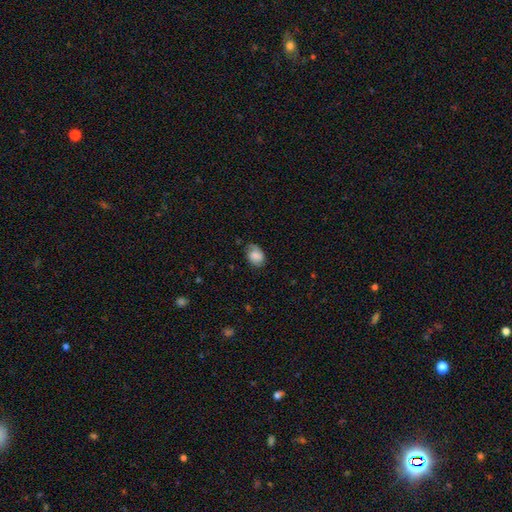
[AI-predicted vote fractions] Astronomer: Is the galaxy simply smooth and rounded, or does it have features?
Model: smooth — 64%.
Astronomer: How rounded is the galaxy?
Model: in between — 75%.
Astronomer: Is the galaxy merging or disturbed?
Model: none — 65%.